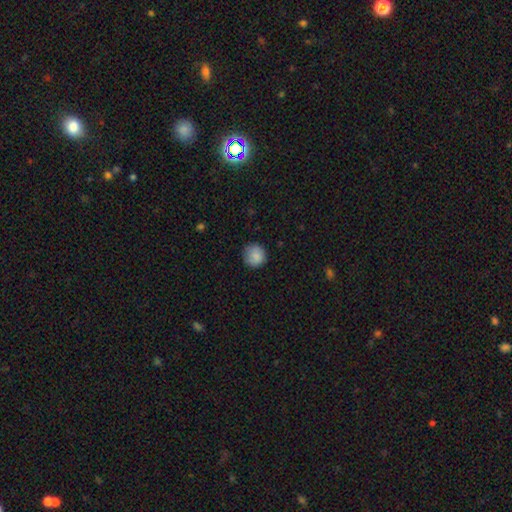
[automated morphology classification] The model was most divided on "merging": none: 83%, minor disturbance: 13%, major disturbance: 3%, merger: 1%. More confident: how rounded — round (92%); smooth or featured — smooth (87%).